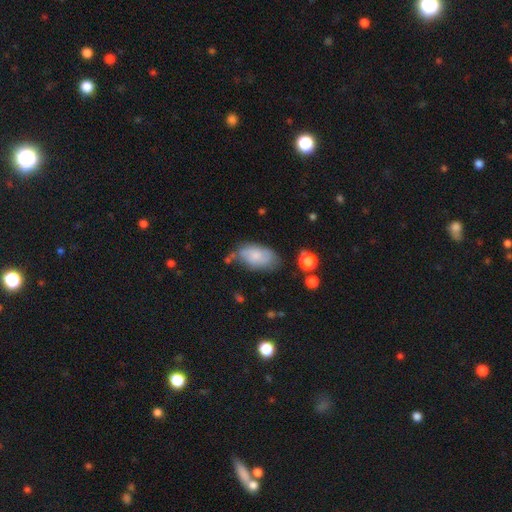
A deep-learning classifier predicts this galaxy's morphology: smooth 67%, featured or disk 25%, star or artifact 8%. Down the decision tree: how rounded — in between (92%); merging — none (56%).